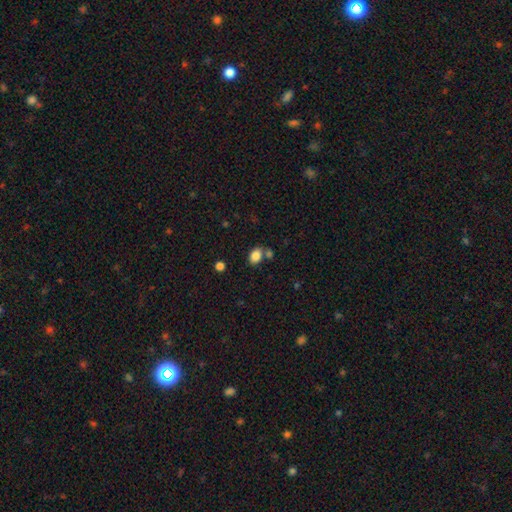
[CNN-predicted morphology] Smooth or featured? Predicted: smooth (p=0.85). How rounded? Predicted: in between (p=0.77). Merging? Predicted: none (p=0.65).